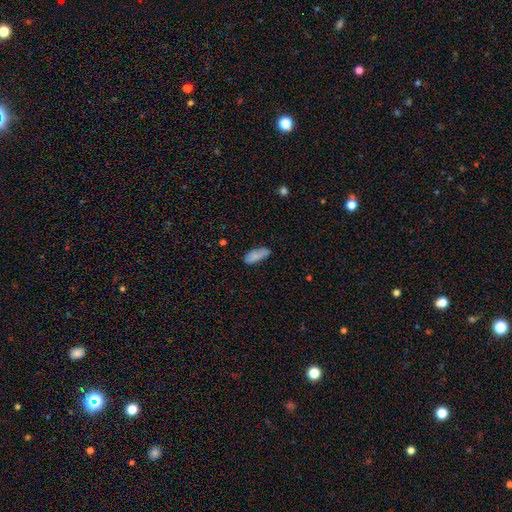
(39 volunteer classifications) Q: Smooth or featured?
A: smooth (92%); runner-up: featured or disk (5%)
Q: How rounded?
A: in between (89%); runner-up: cigar-shaped (8%)
Q: Merging?
A: none (71%); runner-up: minor disturbance (24%)